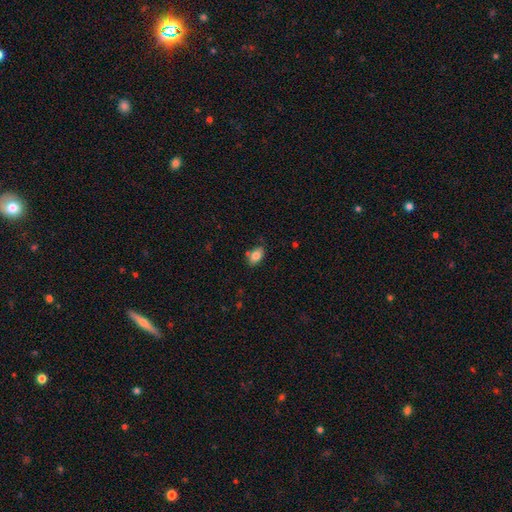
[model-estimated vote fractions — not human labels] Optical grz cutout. It shows a smooth galaxy with no disk features (82%) that is in between round and cigar-shaped (89%). Merging: none (75%).